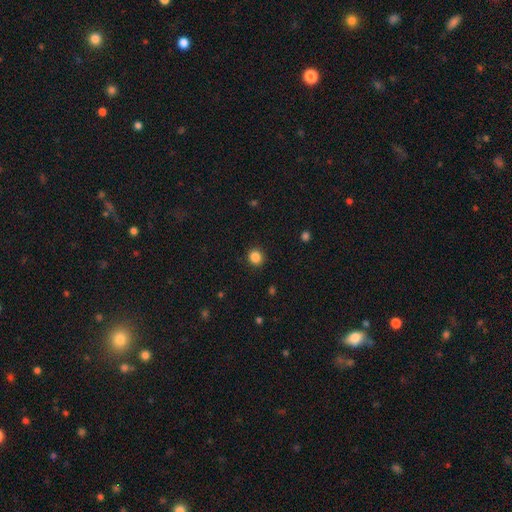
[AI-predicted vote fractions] A smooth galaxy with no disk features (86%) that is round (86%).

Vote fractions:
- Smooth or featured? smooth: 86% / star or artifact: 11% / featured or disk: 3%
- How rounded? round: 86% / in between: 13% / cigar-shaped: 1%
- Merging? none: 91% / minor disturbance: 6% / major disturbance: 2% / merger: 1%